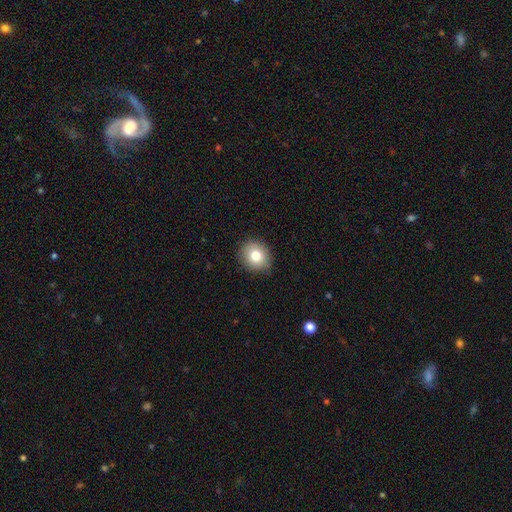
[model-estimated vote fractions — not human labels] Overall: smooth (79%). How rounded: round (81%). Merging: none (87%).